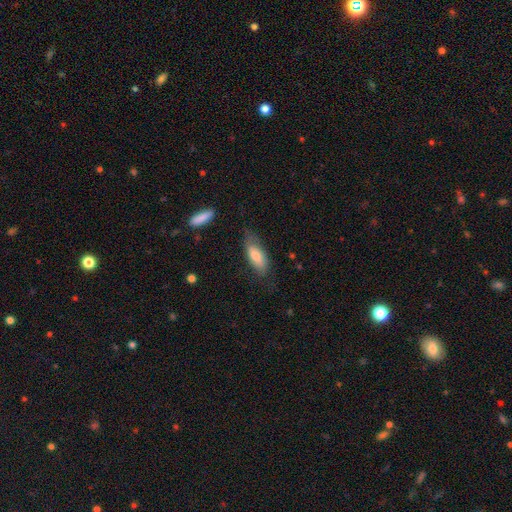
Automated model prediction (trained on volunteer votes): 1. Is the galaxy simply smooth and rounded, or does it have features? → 77% smooth, 17% featured or disk, 6% star or artifact.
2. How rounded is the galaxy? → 73% in between, 25% cigar-shaped, 2% round.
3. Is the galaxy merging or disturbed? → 61% none, 28% minor disturbance, 9% major disturbance, 2% merger.